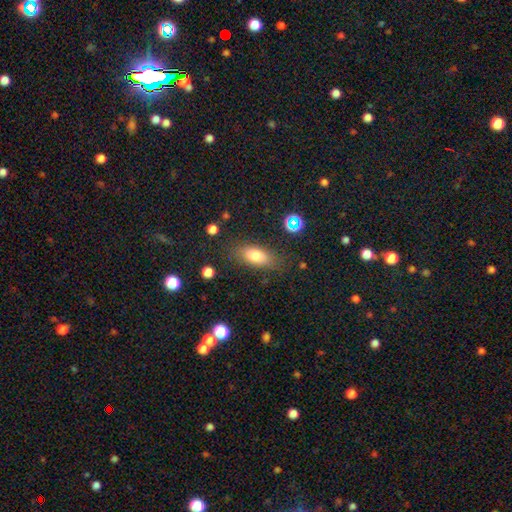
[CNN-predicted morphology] type=smooth (78%); roundness=in between (79%); merging=none (77%).